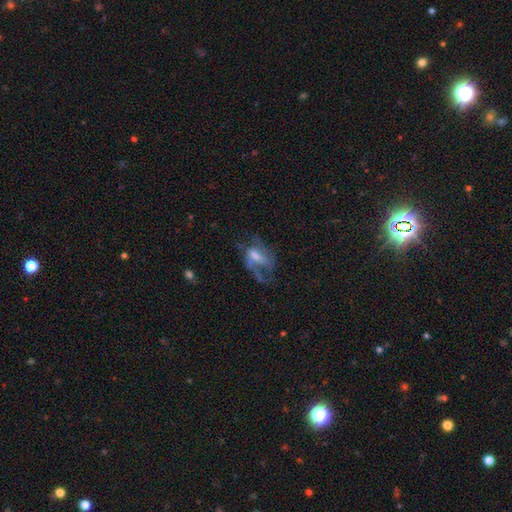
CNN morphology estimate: Smooth or featured? Predicted: featured or disk (p=0.63). Edge-on disk? Predicted: no (p=0.94). Bar? Predicted: no (p=0.41, tied with weak). Spiral arms? Predicted: yes (p=0.65). Bulge size? Predicted: moderate (p=0.39). Merging? Predicted: major disturbance (p=0.43).